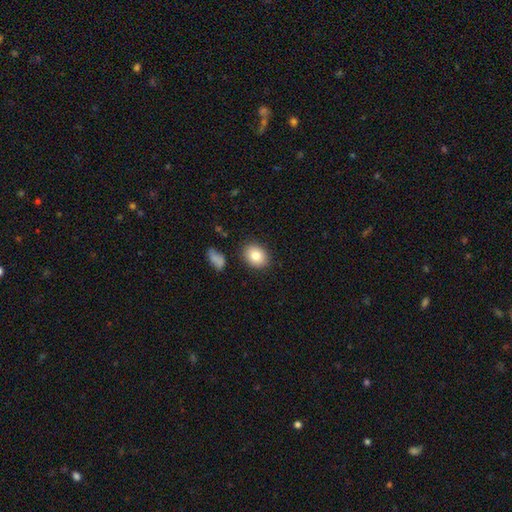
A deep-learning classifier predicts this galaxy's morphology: Smooth or featured?
  - smooth: 81% *
  - featured or disk: 10%
  - star or artifact: 8%
How rounded?
  - in between: 53% *
  - round: 46%
  - cigar-shaped: 1%
Merging?
  - none: 86% *
  - minor disturbance: 9%
  - merger: 3%
  - major disturbance: 3%